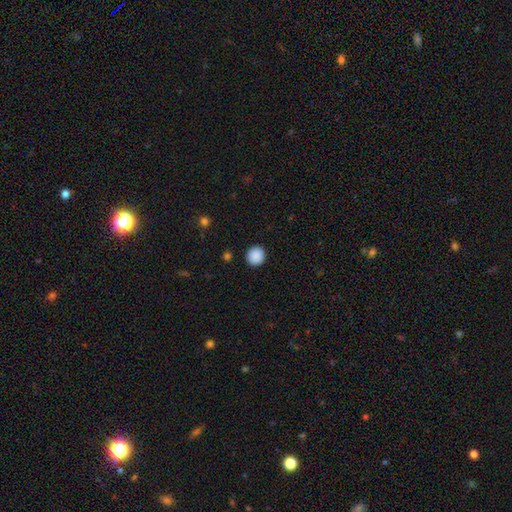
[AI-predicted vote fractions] Smooth or featured: smooth — 89% (star or artifact — 8%)
How rounded: round — 92% (in between — 7%)
Merging: none — 92% (minor disturbance — 5%)